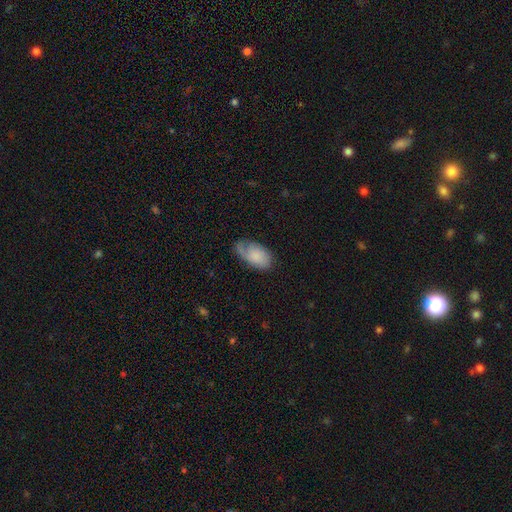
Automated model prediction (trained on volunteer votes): Smooth or featured? Predicted: smooth (p=0.66). How rounded? Predicted: in between (p=0.93). Merging? Predicted: none (p=0.50).